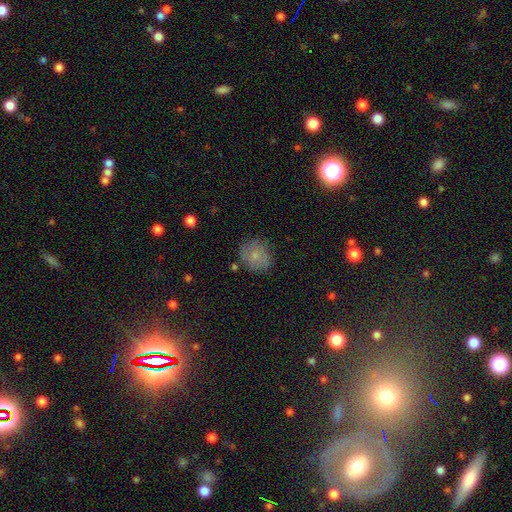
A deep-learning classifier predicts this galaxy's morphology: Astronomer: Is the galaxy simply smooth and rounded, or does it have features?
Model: smooth — 73%.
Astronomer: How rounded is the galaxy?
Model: round — 77%.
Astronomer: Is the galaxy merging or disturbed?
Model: none — 77%.